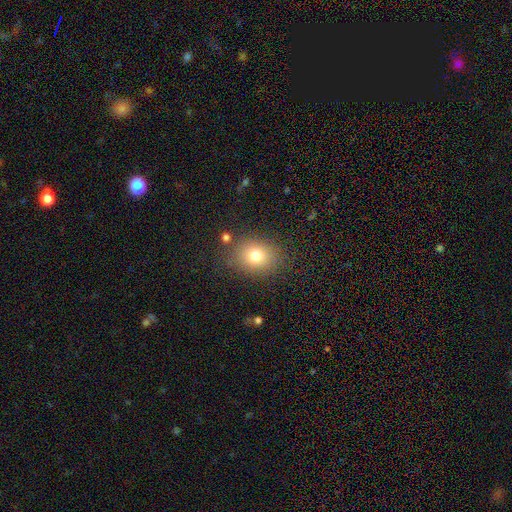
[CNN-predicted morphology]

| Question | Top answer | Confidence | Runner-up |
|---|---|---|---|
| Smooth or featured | smooth | 77% | star or artifact (12%) |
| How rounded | round | 51% | in between (48%) |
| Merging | none | 82% | minor disturbance (11%) |